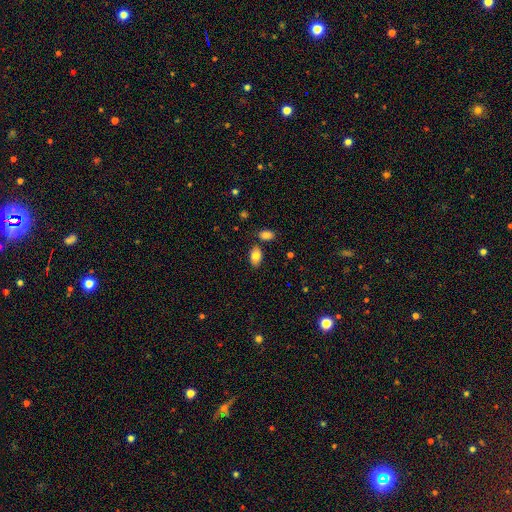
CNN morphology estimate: Smooth or featured: smooth — 83% (featured or disk — 9%)
How rounded: in between — 91% (round — 7%)
Merging: none — 77% (minor disturbance — 11%)